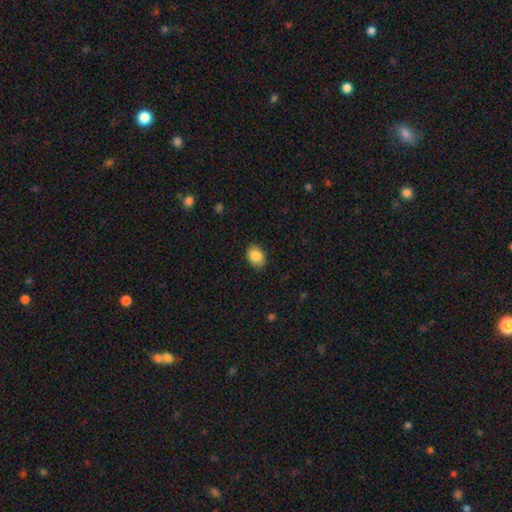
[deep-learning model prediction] Smooth or featured: smooth — 87% (star or artifact — 7%)
How rounded: in between — 72% (round — 27%)
Merging: none — 87% (minor disturbance — 10%)